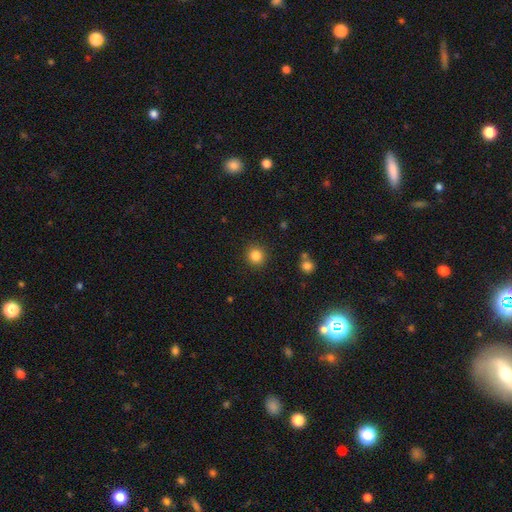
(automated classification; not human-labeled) Q: Smooth or featured?
A: smooth (84%); runner-up: star or artifact (12%)
Q: How rounded?
A: round (92%); runner-up: in between (7%)
Q: Merging?
A: none (90%); runner-up: minor disturbance (6%)